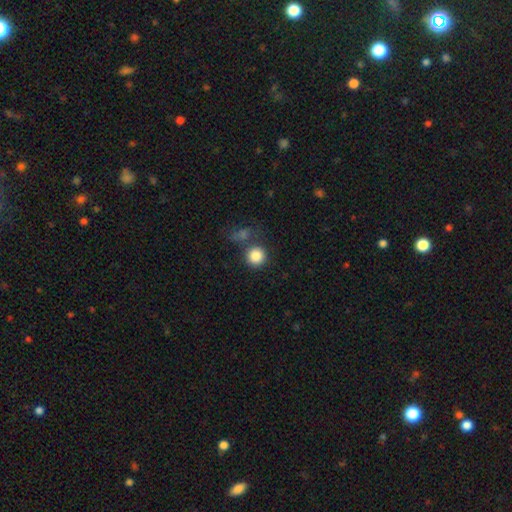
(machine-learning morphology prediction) The model was most divided on "merging": none: 71%, merger: 14%, minor disturbance: 10%, major disturbance: 5%. More confident: how rounded — round (93%); smooth or featured — smooth (86%).